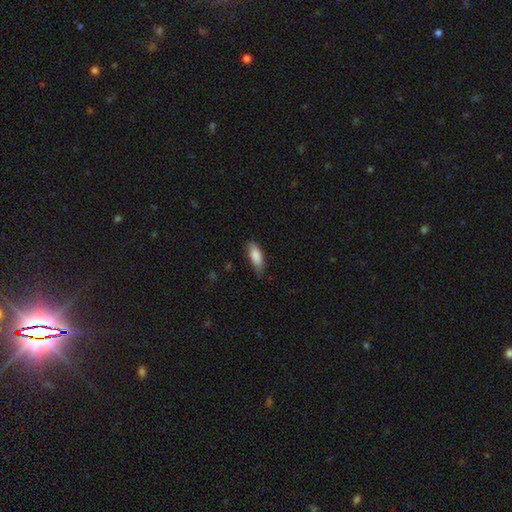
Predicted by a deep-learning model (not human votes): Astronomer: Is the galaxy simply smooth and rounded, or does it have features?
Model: smooth — 86%.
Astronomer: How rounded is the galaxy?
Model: in between — 74%.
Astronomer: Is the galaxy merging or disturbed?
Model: none — 68%.